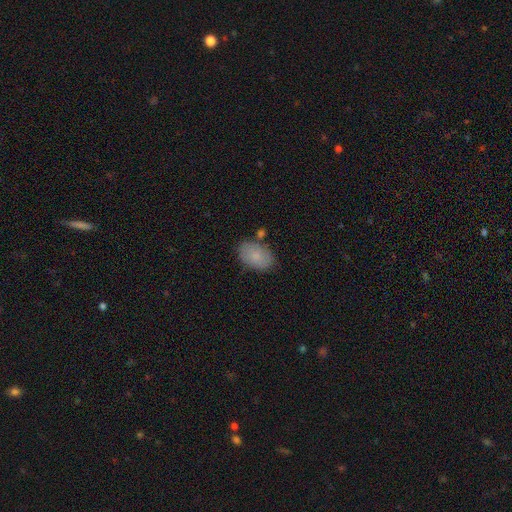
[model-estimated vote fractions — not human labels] This appears to be a smooth galaxy with no disk features (81%) that is in between round and cigar-shaped (88%). Merging: none (76%).